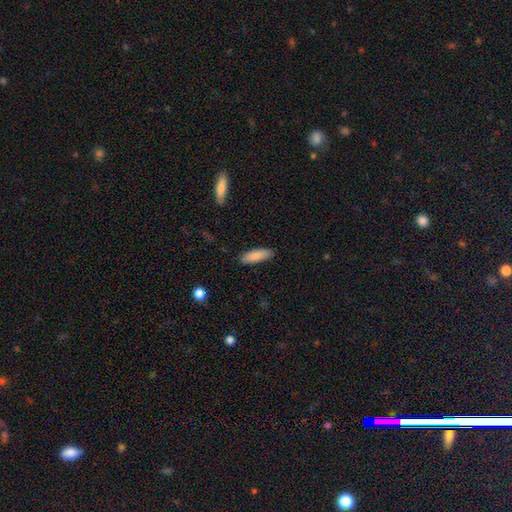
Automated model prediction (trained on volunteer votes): The model was most divided on "how rounded": in between: 55%, cigar-shaped: 43%, round: 2%. More confident: merging — none (88%); smooth or featured — smooth (86%).